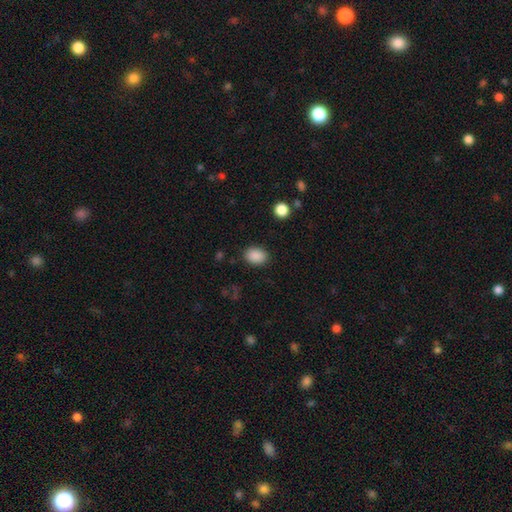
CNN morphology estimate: Smooth or featured? smooth (89%)
How rounded? in between (68%)
Merging? none (87%)